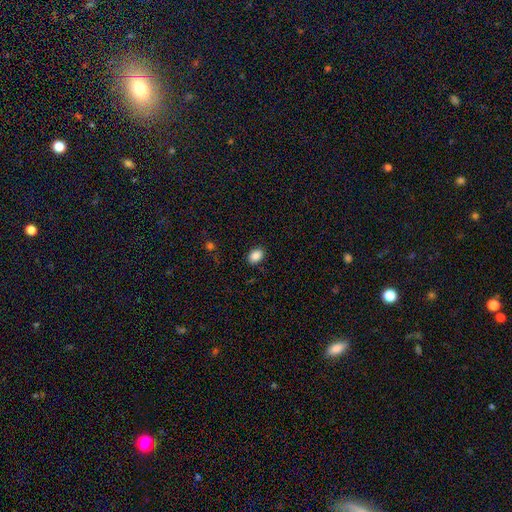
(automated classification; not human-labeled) Morphology: type=smooth (88%); roundness=in between (79%); merging=none (88%).